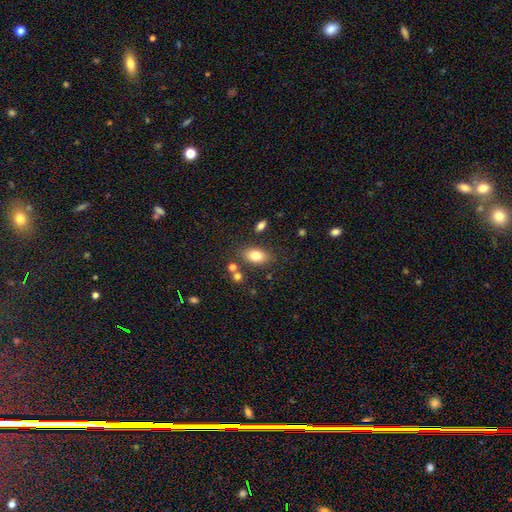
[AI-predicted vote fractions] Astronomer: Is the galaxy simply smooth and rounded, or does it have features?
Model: smooth — 80%.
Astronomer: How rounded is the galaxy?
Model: in between — 87%.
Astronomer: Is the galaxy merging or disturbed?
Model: none — 78%.